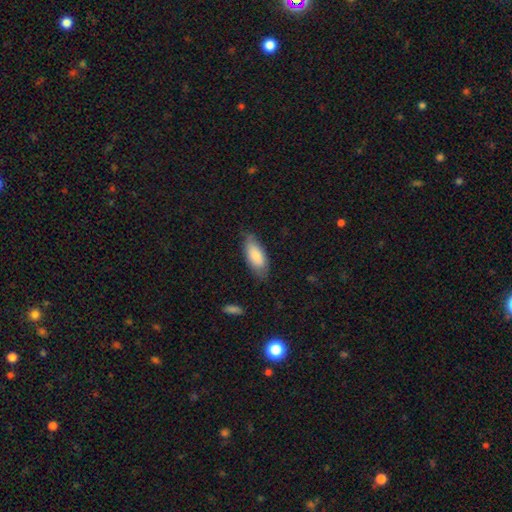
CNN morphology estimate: Smooth or featured? smooth (80%)
How rounded? in between (84%)
Merging? none (70%)